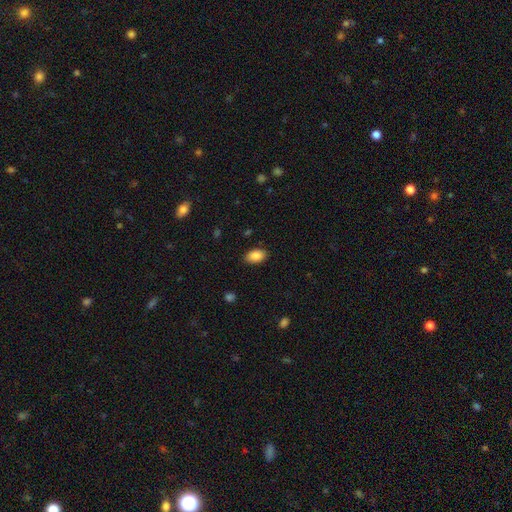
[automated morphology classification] smooth_or_featured: smooth (p=0.88) [alt: star or artifact p=0.07]
how_rounded: in between (p=0.91) [alt: round p=0.08]
merging: none (p=0.87) [alt: minor disturbance p=0.10]